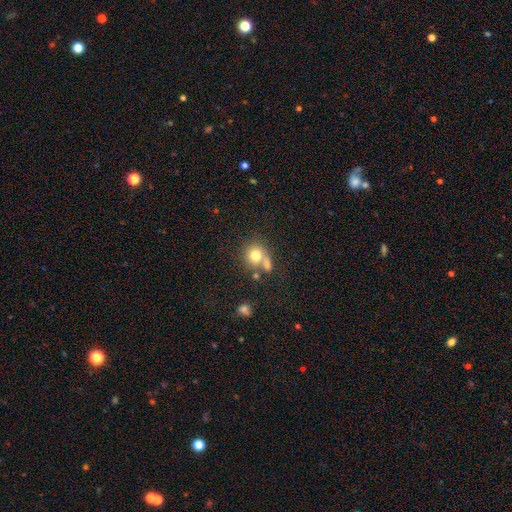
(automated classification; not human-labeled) smooth 75%, featured or disk 14%, star or artifact 11%. Down the decision tree: how rounded — round (84%); merging — none (48%).